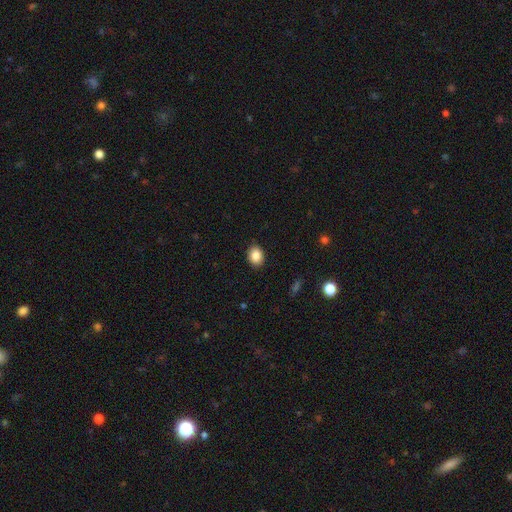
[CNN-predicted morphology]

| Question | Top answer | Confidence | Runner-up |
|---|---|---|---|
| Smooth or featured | smooth | 87% | star or artifact (9%) |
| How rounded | in between | 59% | round (40%) |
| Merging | none | 90% | minor disturbance (8%) |